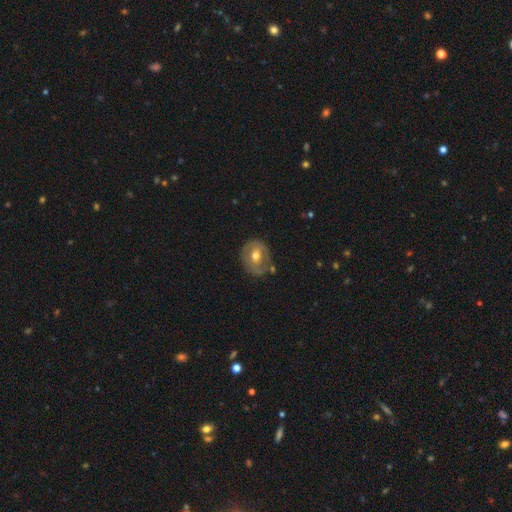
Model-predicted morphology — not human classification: smooth_or_featured: featured or disk (p=0.53) [alt: smooth p=0.40]
disk_edge_on: no (p=0.94) [alt: yes p=0.06]
merging: none (p=0.67) [alt: minor disturbance p=0.22]